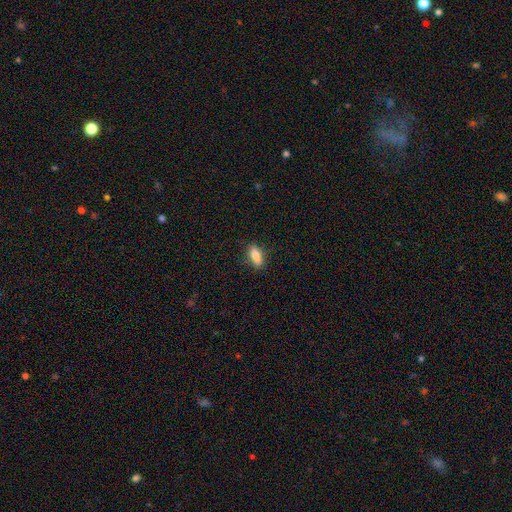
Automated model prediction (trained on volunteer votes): Smooth or featured?
  - smooth: 81% *
  - featured or disk: 11%
  - star or artifact: 7%
How rounded?
  - in between: 71% *
  - cigar-shaped: 26%
  - round: 3%
Merging?
  - none: 82% *
  - minor disturbance: 14%
  - major disturbance: 3%
  - merger: 1%